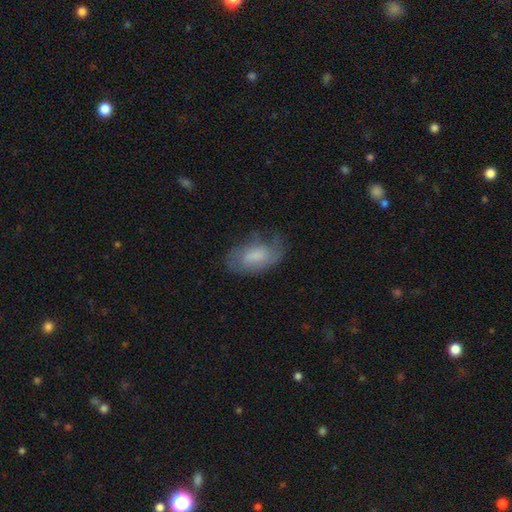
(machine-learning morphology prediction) This appears to be a smooth galaxy with no disk features (58%) that is in between round and cigar-shaped (92%). Merging: none (56%).